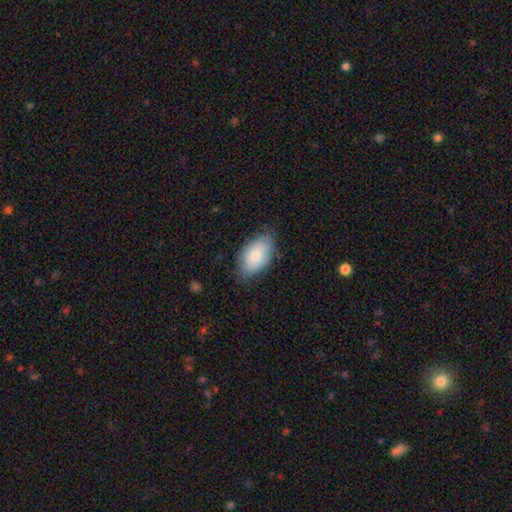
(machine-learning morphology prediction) Q: Smooth or featured?
A: smooth (79%); runner-up: featured or disk (15%)
Q: How rounded?
A: in between (94%); runner-up: round (5%)
Q: Merging?
A: none (74%); runner-up: minor disturbance (21%)